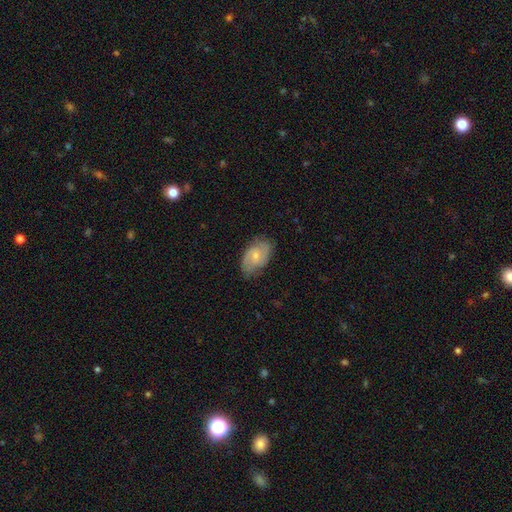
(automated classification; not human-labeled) Smooth or featured: featured or disk — 58% (smooth — 36%)
Edge-on disk: no — 96% (yes — 4%)
Bar: no — 52% (weak — 41%)
Spiral arms: yes — 86% (no — 14%)
Bulge size: small — 58% (moderate — 37%)
Merging: none — 72% (minor disturbance — 21%)